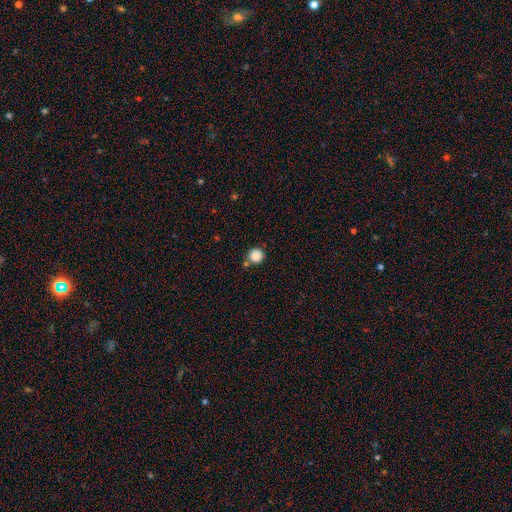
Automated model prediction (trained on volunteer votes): The model was most divided on "merging": none: 74%, merger: 12%, minor disturbance: 10%, major disturbance: 3%. More confident: how rounded — round (93%); smooth or featured — smooth (87%).